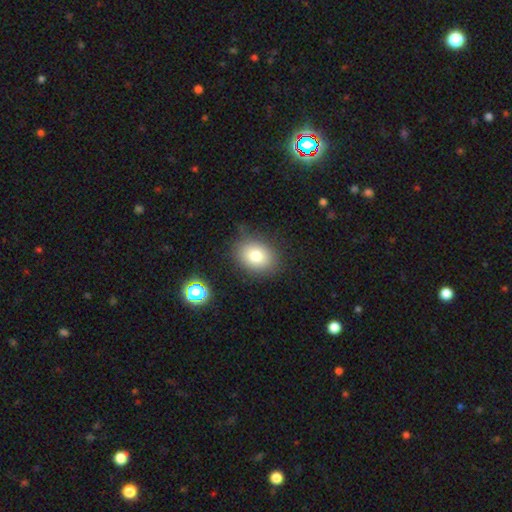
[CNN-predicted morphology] This is likely a smooth galaxy (79%). How rounded: possibly in between (59%). Merging: likely none (80%).